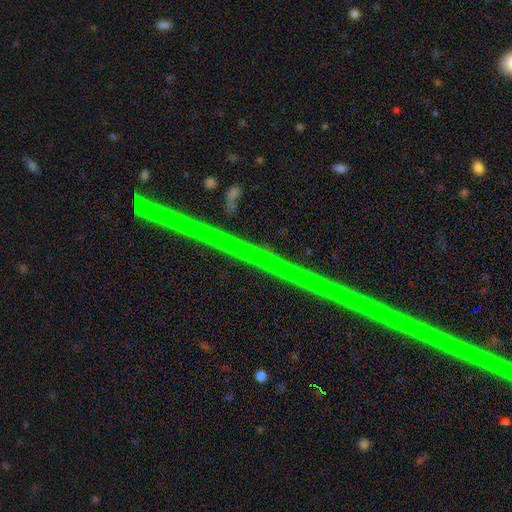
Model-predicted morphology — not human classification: star or artifact 87%, featured or disk 8%, smooth 5%.